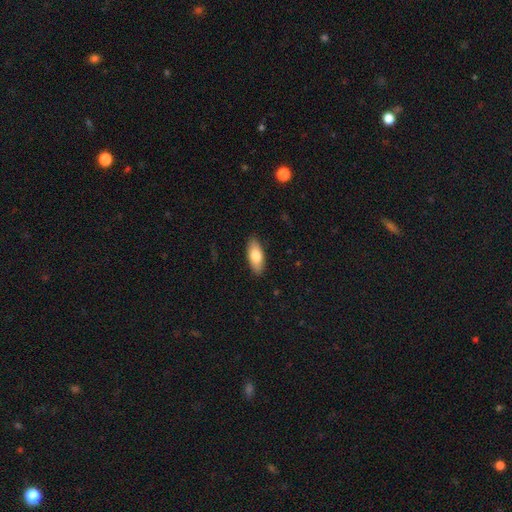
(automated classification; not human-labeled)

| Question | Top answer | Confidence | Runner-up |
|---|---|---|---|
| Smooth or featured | smooth | 78% | featured or disk (16%) |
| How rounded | in between | 82% | cigar-shaped (15%) |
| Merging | none | 89% | minor disturbance (9%) |